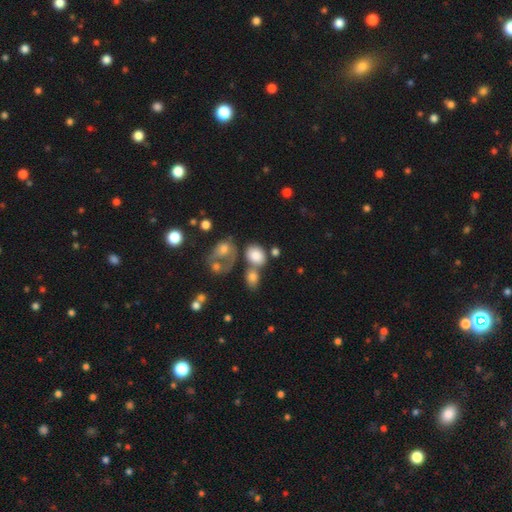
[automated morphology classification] smooth-or-featured: smooth: 78% | featured or disk: 12% | star or artifact: 10%
  how-rounded: in between: 63% | round: 35% | cigar-shaped: 1%
  merging: none: 38% | merger: 36% | minor disturbance: 14% | major disturbance: 12%